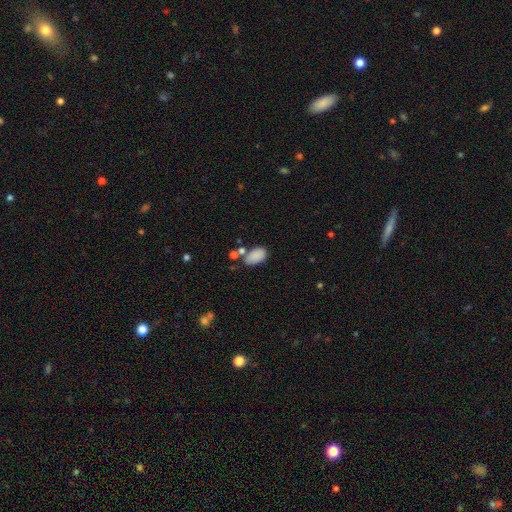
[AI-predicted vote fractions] Smooth or featured?
  - smooth: 85% *
  - star or artifact: 9%
  - featured or disk: 6%
How rounded?
  - in between: 93% *
  - round: 6%
  - cigar-shaped: 2%
Merging?
  - none: 59% *
  - minor disturbance: 19%
  - merger: 16%
  - major disturbance: 6%